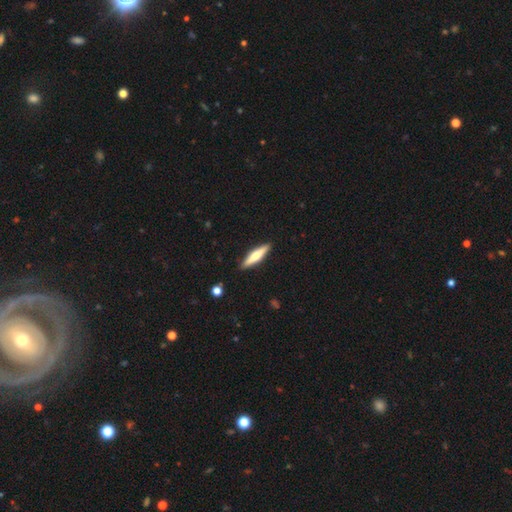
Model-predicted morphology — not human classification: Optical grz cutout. It shows a smooth galaxy with no disk features (50%). Merging: none (90%).